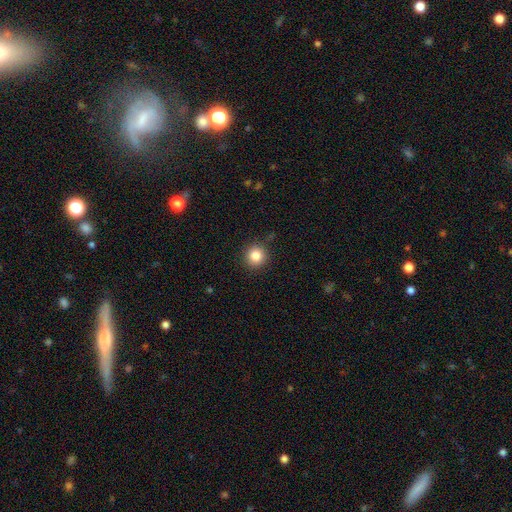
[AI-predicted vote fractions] Smooth or featured? Predicted: smooth (p=0.84). How rounded? Predicted: round (p=0.93). Merging? Predicted: none (p=0.88).